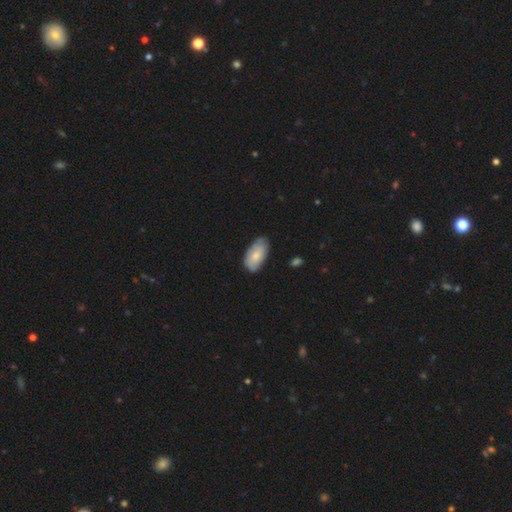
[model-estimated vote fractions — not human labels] This appears to be a smooth galaxy with no disk features (72%) that is in between round and cigar-shaped (95%). Merging: none (68%).